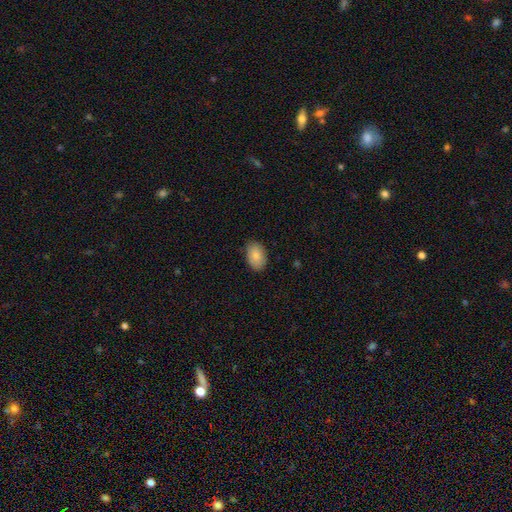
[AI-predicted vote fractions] The model was most divided on "merging": none: 84%, minor disturbance: 13%, major disturbance: 2%, merger: 1%. More confident: how rounded — in between (87%); smooth or featured — smooth (84%).